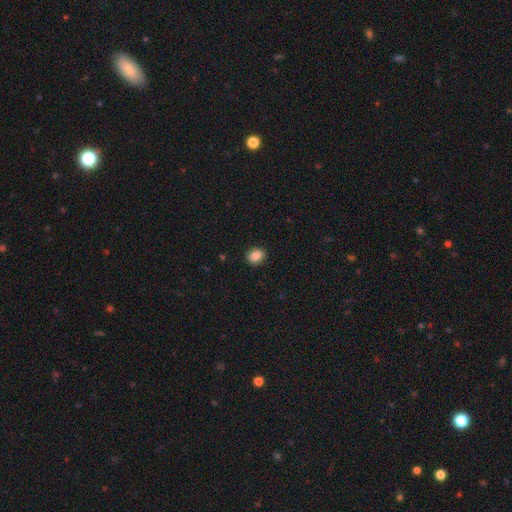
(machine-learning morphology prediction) smooth_or_featured: smooth (p=0.87) [alt: star or artifact p=0.09]
how_rounded: in between (p=0.52) [alt: round p=0.47]
merging: none (p=0.90) [alt: minor disturbance p=0.07]